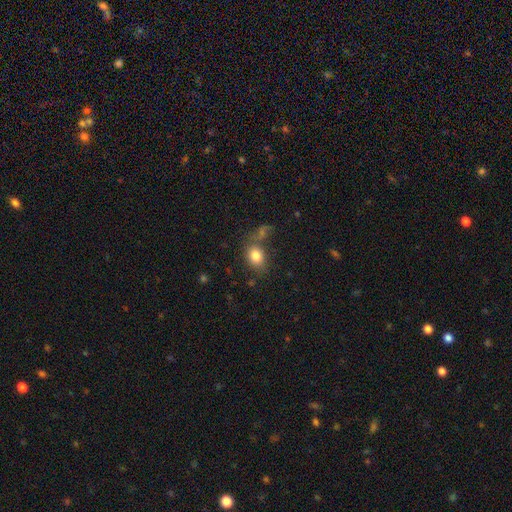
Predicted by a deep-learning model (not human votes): Q: Smooth or featured?
A: smooth (81%); runner-up: star or artifact (10%)
Q: How rounded?
A: in between (60%); runner-up: round (39%)
Q: Merging?
A: none (61%); runner-up: merger (17%)